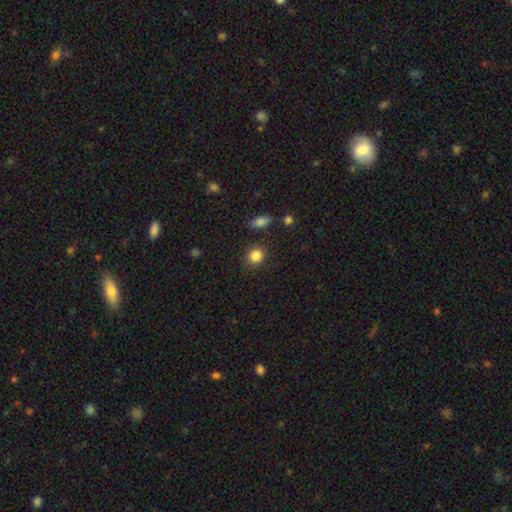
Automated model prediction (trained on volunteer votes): Morphology: type=smooth (86%); roundness=round (78%); merging=none (85%).